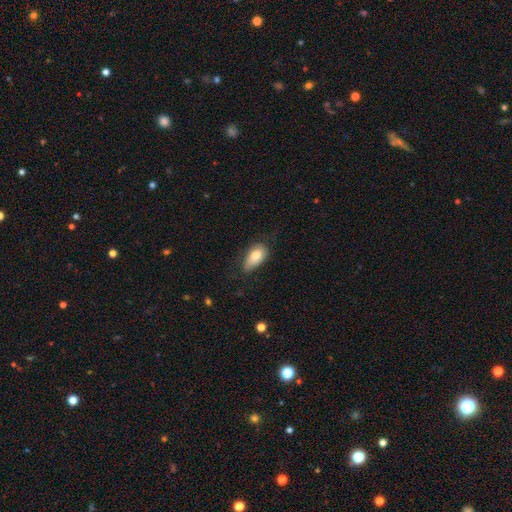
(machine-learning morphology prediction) Smooth or featured: smooth — 78% (featured or disk — 15%)
How rounded: in between — 91% (round — 5%)
Merging: none — 50% (minor disturbance — 36%)